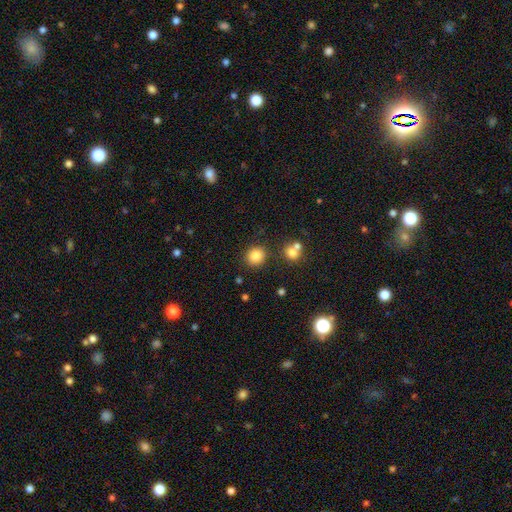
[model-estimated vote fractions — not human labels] smooth_or_featured: smooth (p=0.84) [alt: star or artifact p=0.11]
how_rounded: round (p=0.82) [alt: in between p=0.17]
merging: none (p=0.82) [alt: minor disturbance p=0.09]